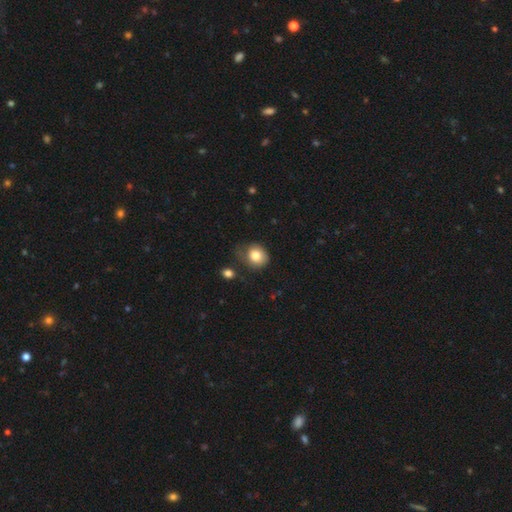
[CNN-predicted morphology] Overall: smooth (79%). How rounded: round (68%; in between 31%). Merging: none (55%; minor disturbance 30%).